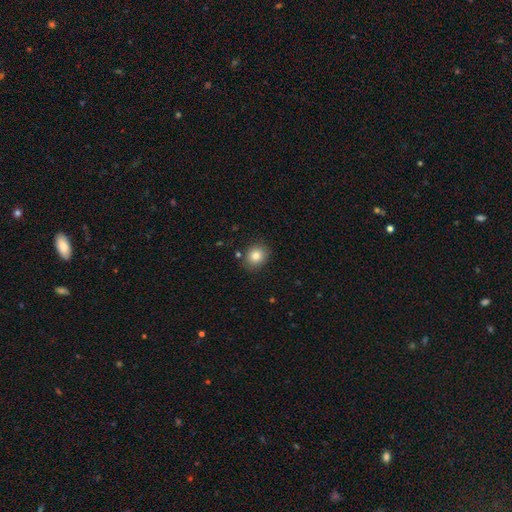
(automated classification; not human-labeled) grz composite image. It shows a smooth galaxy with no disk features (83%) that is round (69%). Merging: none (86%).